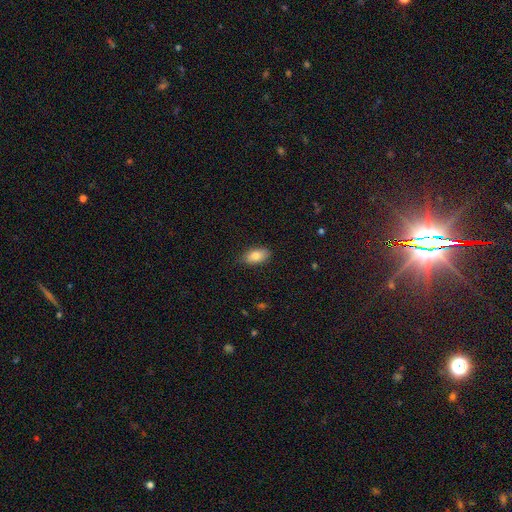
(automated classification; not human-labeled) smooth 81%, featured or disk 12%, star or artifact 7%. Down the decision tree: how rounded — in between (91%); merging — none (84%).